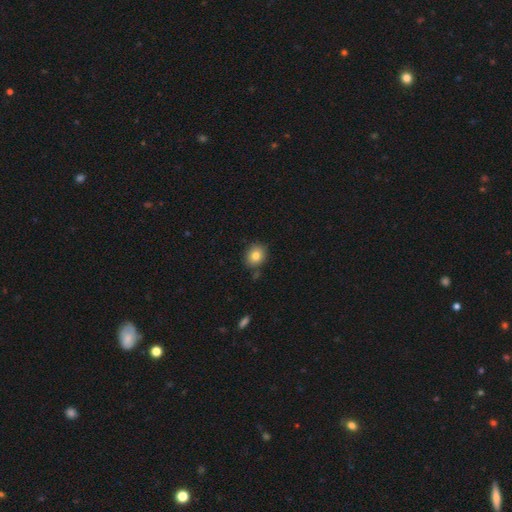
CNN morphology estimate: Overall: smooth (80%). How rounded: round (70%). Merging: none (82%).